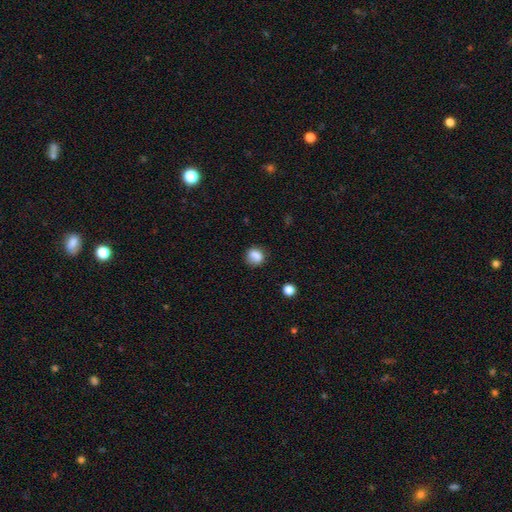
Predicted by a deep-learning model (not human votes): Smooth or featured: smooth — 80% (star or artifact — 10%)
How rounded: round — 72% (in between — 27%)
Merging: none — 66% (minor disturbance — 20%)